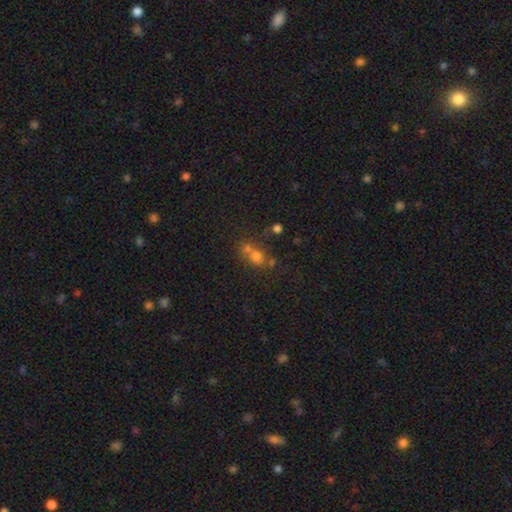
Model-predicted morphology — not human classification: type=smooth (60%); roundness=round (69%); merging=merger (47%).